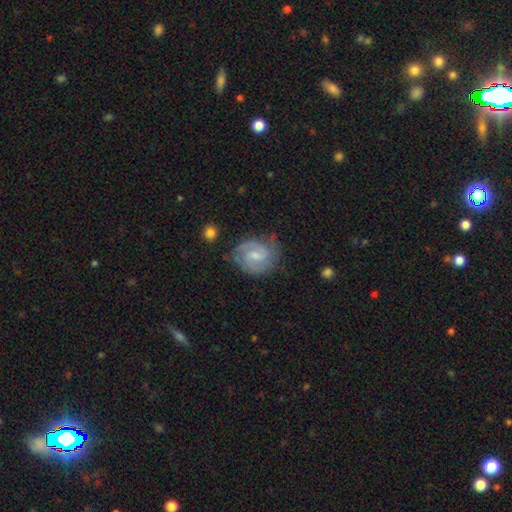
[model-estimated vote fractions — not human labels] Smooth or featured? Predicted: featured or disk (p=0.74). Edge-on disk? Predicted: no (p=0.98). Bar? Predicted: weak (p=0.62). Spiral arms? Predicted: yes (p=0.93). Spiral winding? Predicted: medium (p=0.47). Spiral arm count? Predicted: 2 (p=0.74). Bulge size? Predicted: small (p=0.51). Merging? Predicted: none (p=0.68).